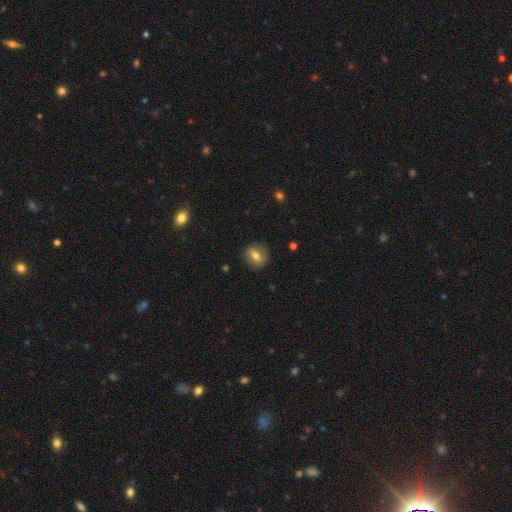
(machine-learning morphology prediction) The model was most divided on "smooth or featured": smooth: 63%, featured or disk: 27%, star or artifact: 10%. More confident: merging — none (84%); how rounded — round (70%).